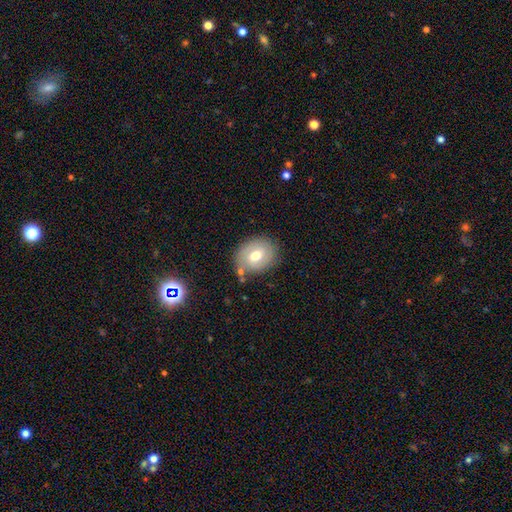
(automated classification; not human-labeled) Smooth or featured: smooth — 62% (featured or disk — 30%)
How rounded: in between — 52% (round — 47%)
Merging: none — 73% (minor disturbance — 16%)